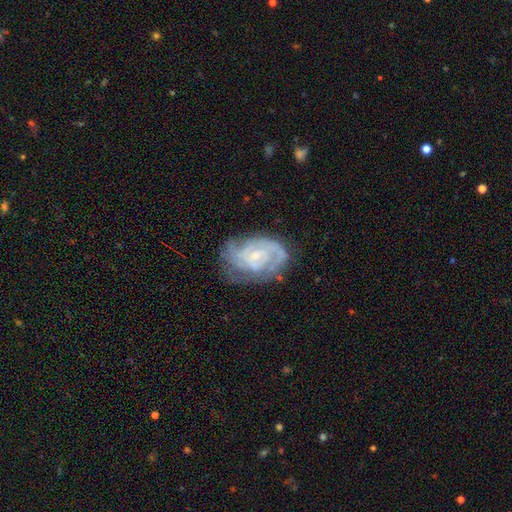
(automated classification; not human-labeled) smooth_or_featured: featured or disk (p=0.81) [alt: smooth p=0.13]
disk_edge_on: no (p=0.97) [alt: yes p=0.03]
bar: no (p=0.59) [alt: weak p=0.34]
has_spiral_arms: yes (p=0.93) [alt: no p=0.07]
spiral_winding: tight (p=0.59) [alt: medium p=0.32]
spiral_arm_count: can't tell (p=0.34) [alt: 2 p=0.32]
bulge_size: small (p=0.69) [alt: moderate p=0.24]
merging: none (p=0.64) [alt: minor disturbance p=0.23]